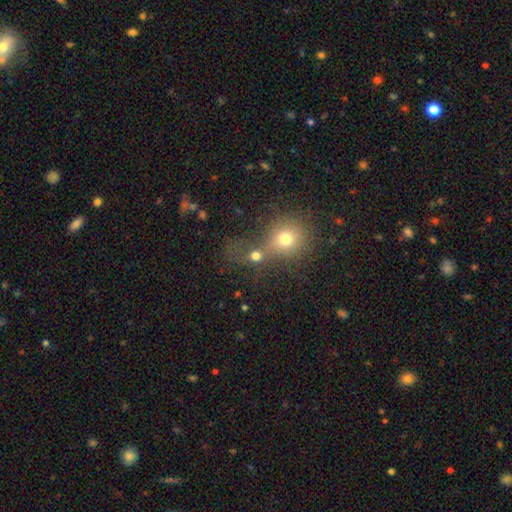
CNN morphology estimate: Smooth or featured: smooth — 69% (star or artifact — 20%)
How rounded: round — 79% (in between — 19%)
Merging: merger — 57% (none — 30%)